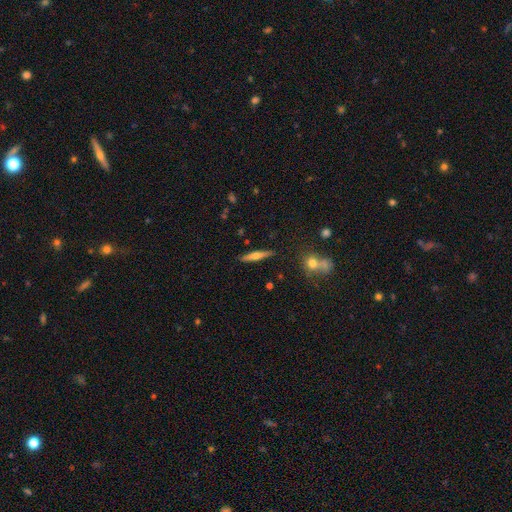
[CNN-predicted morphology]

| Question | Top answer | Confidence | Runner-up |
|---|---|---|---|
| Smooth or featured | featured or disk | 52% | smooth (41%) |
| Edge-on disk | yes | 95% | no (5%) |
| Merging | none | 89% | minor disturbance (7%) |